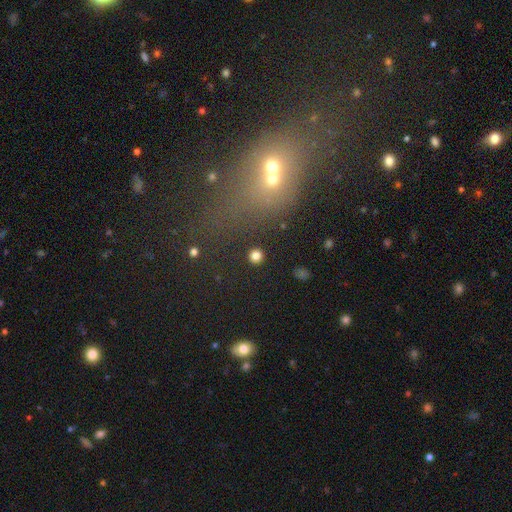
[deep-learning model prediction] The model was most divided on "smooth or featured": smooth: 82%, star or artifact: 14%, featured or disk: 4%. More confident: how rounded — round (95%); merging — none (92%).